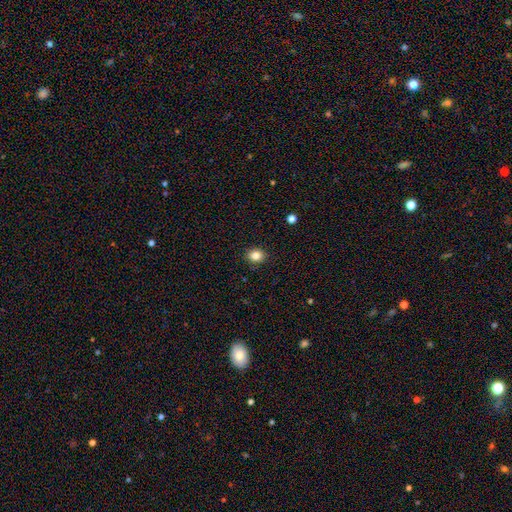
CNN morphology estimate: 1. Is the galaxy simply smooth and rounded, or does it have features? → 83% smooth, 11% star or artifact, 6% featured or disk.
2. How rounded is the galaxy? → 66% round, 33% in between, 1% cigar-shaped.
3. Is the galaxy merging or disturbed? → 90% none, 7% minor disturbance, 2% major disturbance, 1% merger.